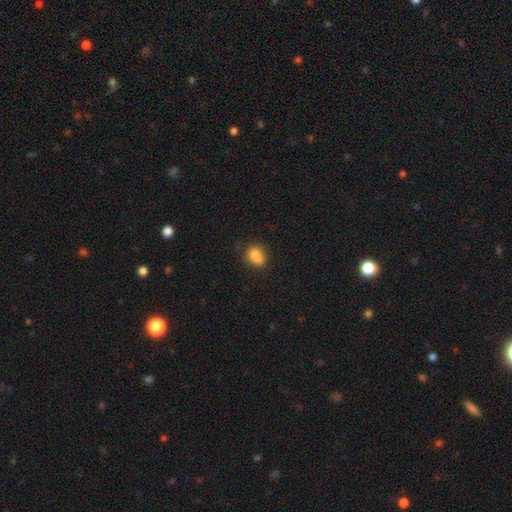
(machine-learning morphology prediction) smooth_or_featured: smooth (p=0.76) [alt: featured or disk p=0.14]
how_rounded: round (p=0.58) [alt: in between p=0.41]
merging: none (p=0.41) [alt: merger p=0.38]